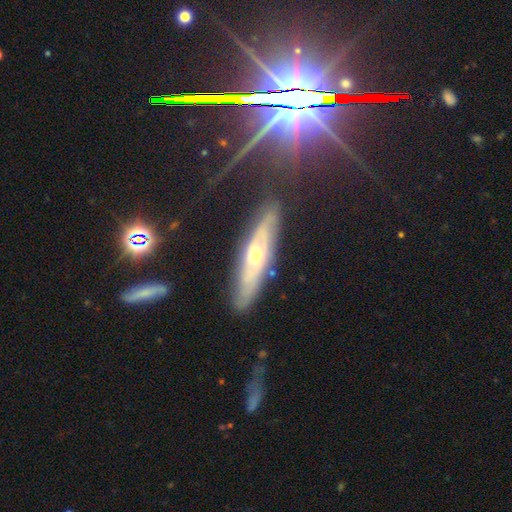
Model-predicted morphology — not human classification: type=featured or disk (58%); edge-on=yes (73%); merging=none (80%).